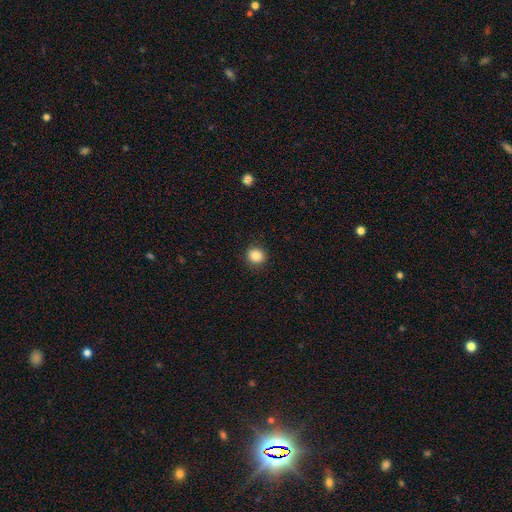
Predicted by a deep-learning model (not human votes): Smooth or featured?
  - smooth: 85% *
  - star or artifact: 10%
  - featured or disk: 5%
How rounded?
  - round: 88% *
  - in between: 11%
  - cigar-shaped: 1%
Merging?
  - none: 91% *
  - minor disturbance: 6%
  - major disturbance: 2%
  - merger: 1%